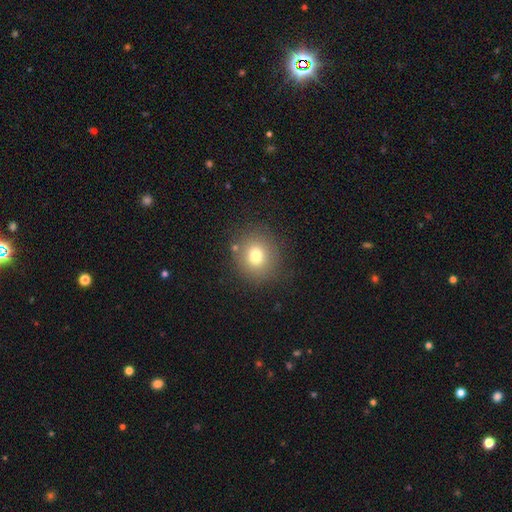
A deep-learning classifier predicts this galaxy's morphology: Smooth or featured: smooth — 74% (star or artifact — 14%)
How rounded: round — 85% (in between — 14%)
Merging: none — 83% (minor disturbance — 10%)